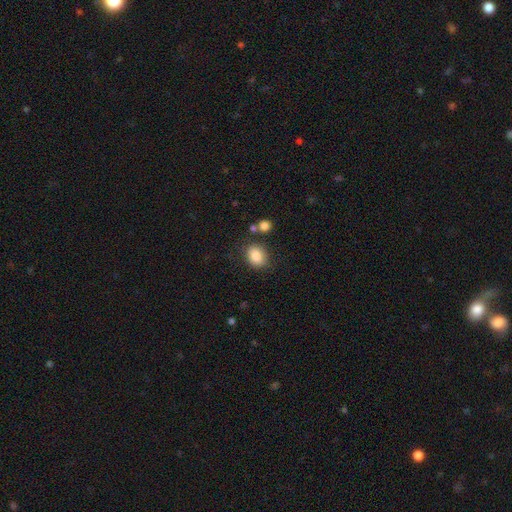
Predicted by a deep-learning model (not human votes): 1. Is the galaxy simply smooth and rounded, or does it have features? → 86% smooth, 9% star or artifact, 6% featured or disk.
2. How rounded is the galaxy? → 54% in between, 45% round, 1% cigar-shaped.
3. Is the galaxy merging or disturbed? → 77% none, 13% minor disturbance, 6% merger, 4% major disturbance.